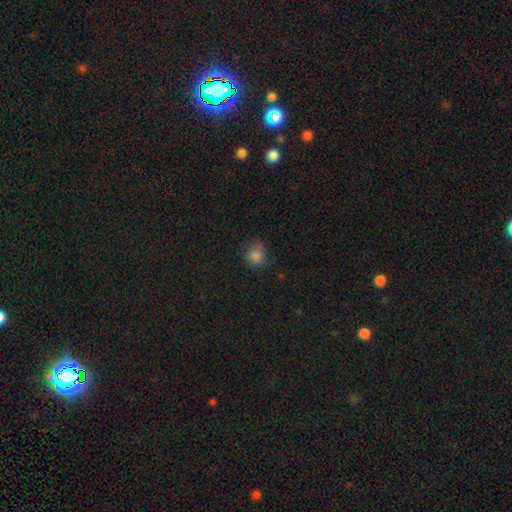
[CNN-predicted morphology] The model was most divided on "merging": none: 70%, minor disturbance: 22%, major disturbance: 6%, merger: 2%. More confident: smooth or featured — smooth (82%); how rounded — round (80%).